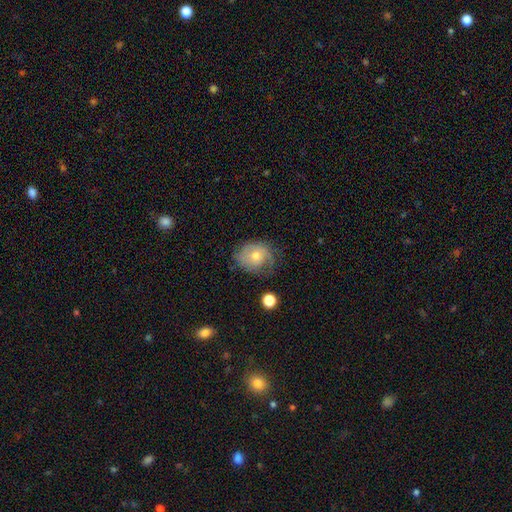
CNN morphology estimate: This appears to be a smooth galaxy with no disk features (51%) that is round (62%). Merging: none (57%).